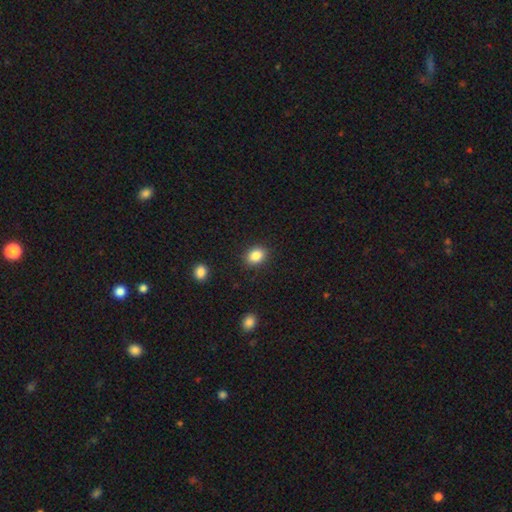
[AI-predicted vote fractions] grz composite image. It shows a smooth galaxy with no disk features (86%) that is in between round and cigar-shaped (61%). Merging: none (88%).